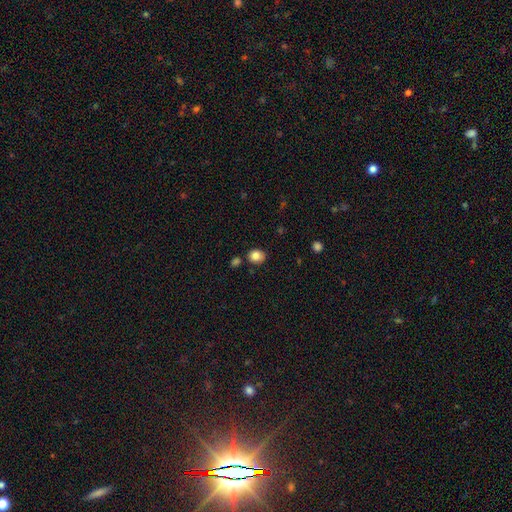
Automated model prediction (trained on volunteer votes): A smooth galaxy with no disk features (83%) that is round (62%). Merging: none (81%).